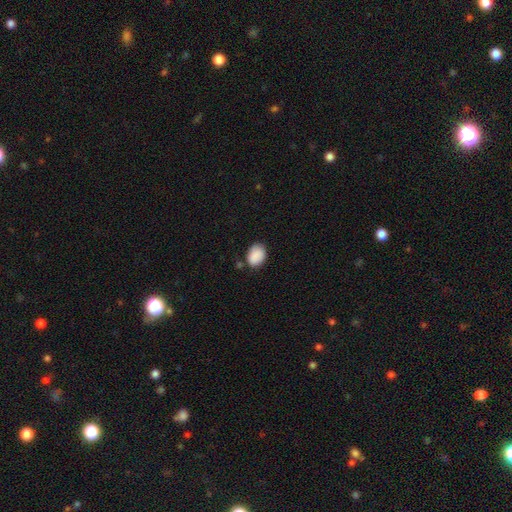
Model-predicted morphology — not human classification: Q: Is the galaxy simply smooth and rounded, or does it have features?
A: smooth — 89%.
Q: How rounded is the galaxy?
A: in between — 69%.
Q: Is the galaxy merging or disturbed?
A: none — 72%.